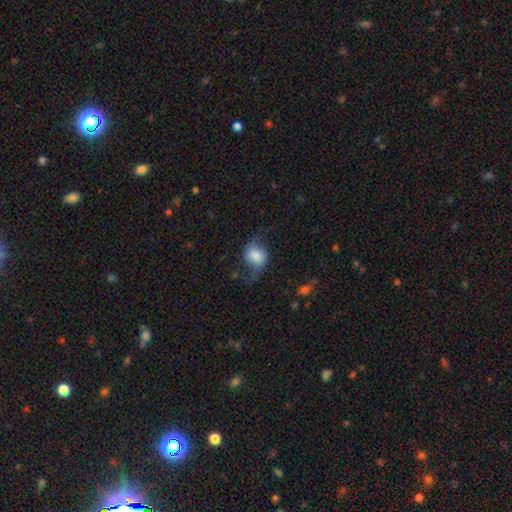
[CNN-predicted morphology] The model was most divided on "smooth or featured": smooth: 49%, featured or disk: 42%, star or artifact: 9%. More confident: merging — none (54%).